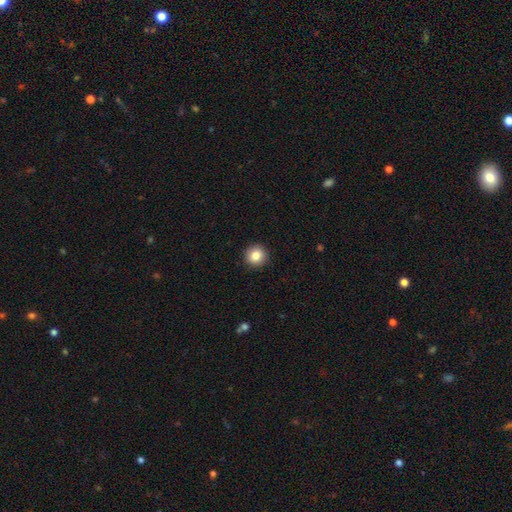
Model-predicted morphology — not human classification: A smooth galaxy with no disk features (84%) that is round (94%).

Vote fractions:
- Smooth or featured? smooth: 84% / star or artifact: 10% / featured or disk: 6%
- How rounded? round: 94% / in between: 5% / cigar-shaped: 1%
- Merging? none: 93% / minor disturbance: 5% / major disturbance: 2% / merger: 1%